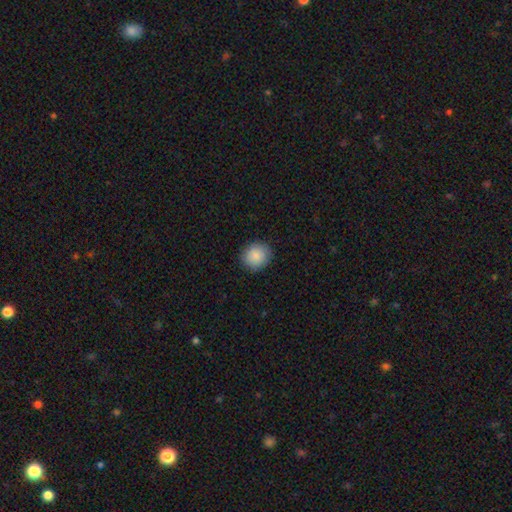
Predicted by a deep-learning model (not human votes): A smooth galaxy with no disk features (87%) that is round (82%). Merging: none (88%).